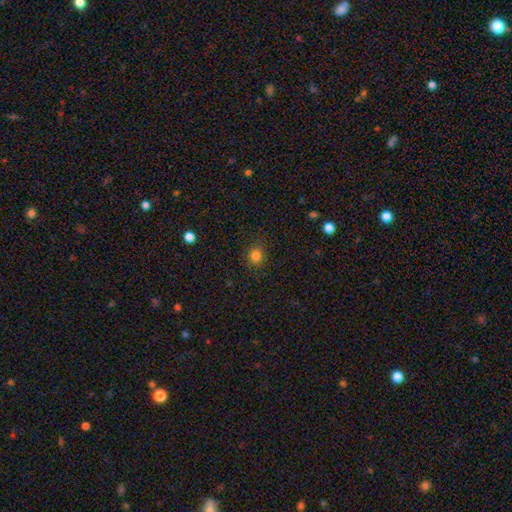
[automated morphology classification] Overall: smooth (81%). How rounded: round (78%). Merging: none (87%).